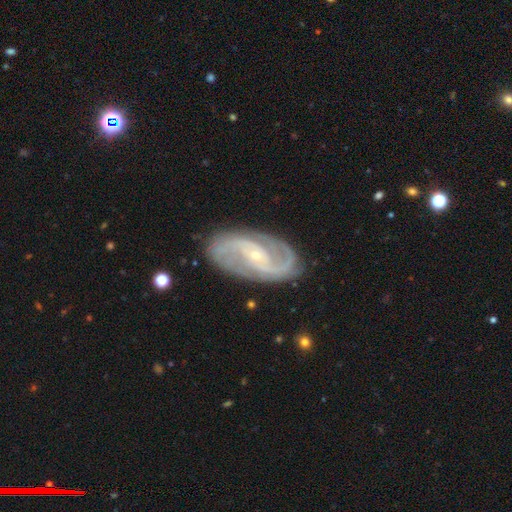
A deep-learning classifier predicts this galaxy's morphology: Smooth or featured?
  - featured or disk: 90% *
  - star or artifact: 5%
  - smooth: 5%
Edge-on disk?
  - no: 96% *
  - yes: 4%
Bar?
  - no: 47% *
  - weak: 35%
  - strong: 18%
Spiral arms?
  - yes: 97% *
  - no: 3%
Spiral winding?
  - medium: 51% *
  - tight: 31%
  - loose: 18%
Spiral arm count?
  - 2: 81% *
  - can't tell: 6%
  - 3: 6%
  - 4: 2%
  - 1: 2%
  - more than 4: 2%
Bulge size?
  - small: 84% *
  - moderate: 13%
  - none: 1%
  - large: 1%
  - dominant: 1%
Merging?
  - none: 81% *
  - minor disturbance: 13%
  - major disturbance: 4%
  - merger: 1%